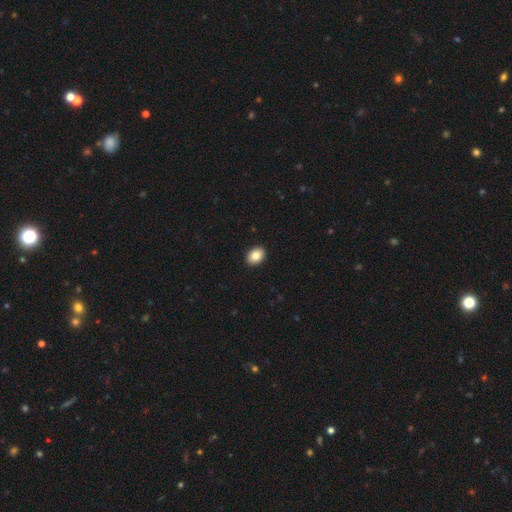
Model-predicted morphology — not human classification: Smooth or featured?
  - smooth: 84% *
  - star or artifact: 8%
  - featured or disk: 7%
How rounded?
  - in between: 68% *
  - round: 31%
  - cigar-shaped: 1%
Merging?
  - none: 92% *
  - minor disturbance: 5%
  - major disturbance: 1%
  - merger: 1%